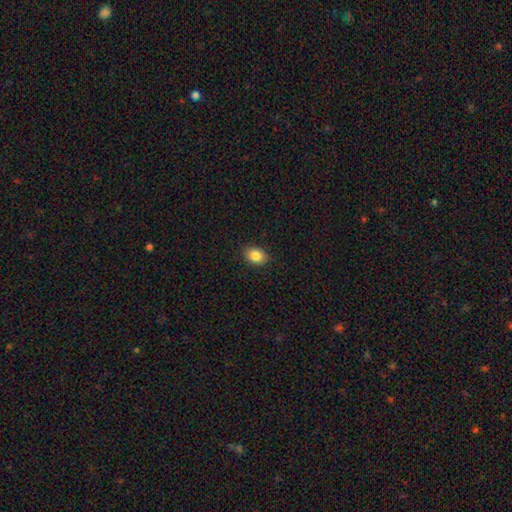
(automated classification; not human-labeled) Smooth or featured: smooth — 86% (star or artifact — 9%)
How rounded: in between — 73% (round — 26%)
Merging: none — 89% (minor disturbance — 8%)